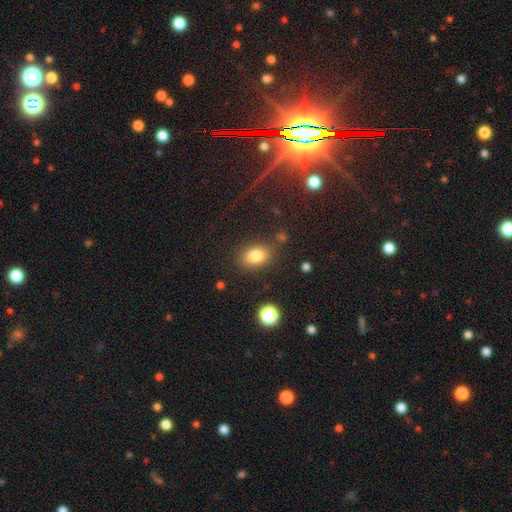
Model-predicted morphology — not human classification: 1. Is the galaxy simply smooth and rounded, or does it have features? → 81% smooth, 11% star or artifact, 9% featured or disk.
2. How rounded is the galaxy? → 78% in between, 20% round, 2% cigar-shaped.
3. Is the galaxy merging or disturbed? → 81% none, 11% minor disturbance, 4% major disturbance, 4% merger.